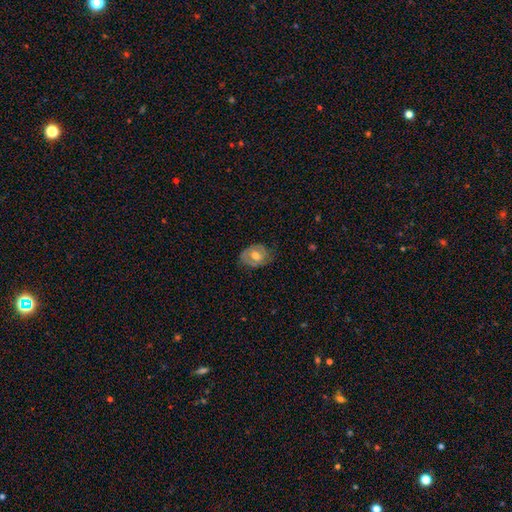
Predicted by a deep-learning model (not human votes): Overall: featured or disk (49%; smooth 44%). Merging: none (65%).